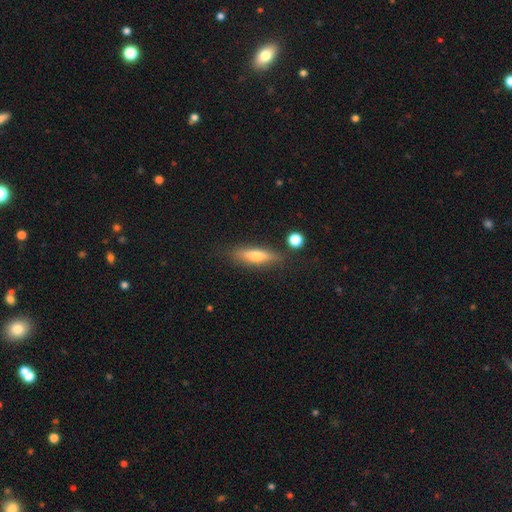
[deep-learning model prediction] A smooth galaxy with no disk features (56%) that is cigar-shaped (64%). Merging: none (80%).